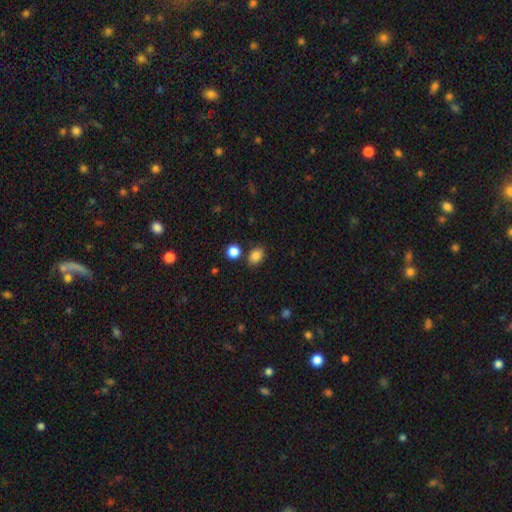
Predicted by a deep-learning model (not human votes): Smooth or featured: smooth — 85% (star or artifact — 11%)
How rounded: in between — 63% (round — 36%)
Merging: none — 78% (minor disturbance — 11%)